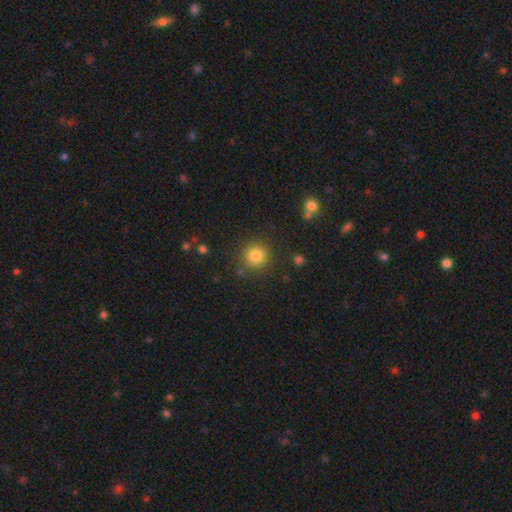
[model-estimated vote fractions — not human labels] Smooth or featured: smooth — 82% (star or artifact — 12%)
How rounded: round — 92% (in between — 7%)
Merging: none — 86% (minor disturbance — 8%)